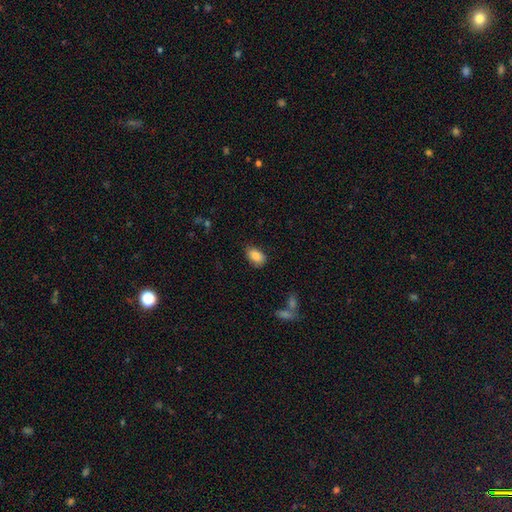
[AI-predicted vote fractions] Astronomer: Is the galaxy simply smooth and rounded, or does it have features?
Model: smooth — 85%.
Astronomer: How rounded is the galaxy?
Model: in between — 90%.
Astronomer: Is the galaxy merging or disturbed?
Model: none — 82%.